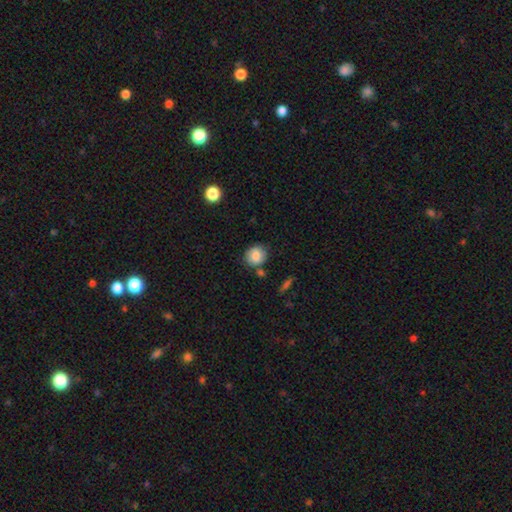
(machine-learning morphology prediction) Q: Smooth or featured?
A: smooth (80%); runner-up: featured or disk (11%)
Q: How rounded?
A: round (76%); runner-up: in between (23%)
Q: Merging?
A: none (75%); runner-up: minor disturbance (14%)